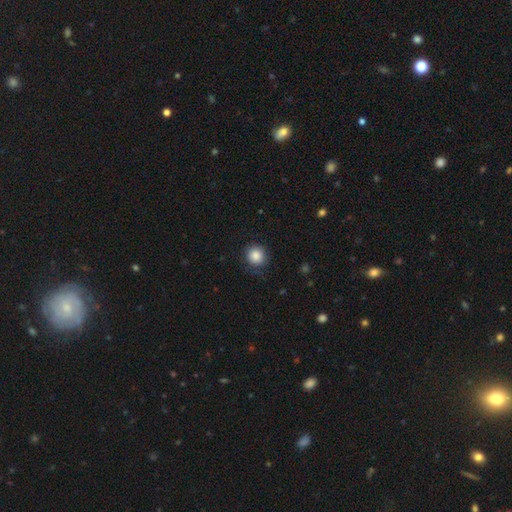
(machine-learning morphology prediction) smooth-or-featured: smooth: 86% | star or artifact: 9% | featured or disk: 4%
  how-rounded: round: 90% | in between: 10% | cigar-shaped: 1%
  merging: none: 85% | minor disturbance: 11% | major disturbance: 3% | merger: 1%